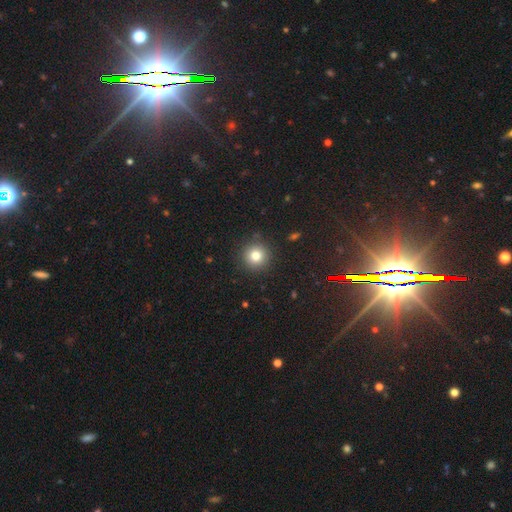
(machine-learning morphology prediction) The model was most divided on "smooth or featured": smooth: 79%, star or artifact: 13%, featured or disk: 8%. More confident: how rounded — round (95%); merging — none (90%).